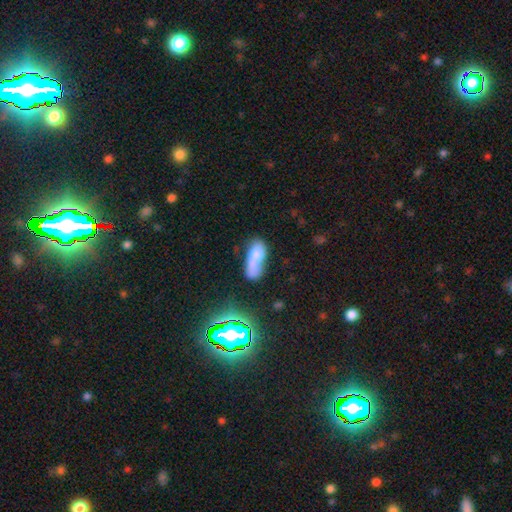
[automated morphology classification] smooth 65%, featured or disk 24%, star or artifact 10%. Down the decision tree: how rounded — in between (76%); merging — none (28%).